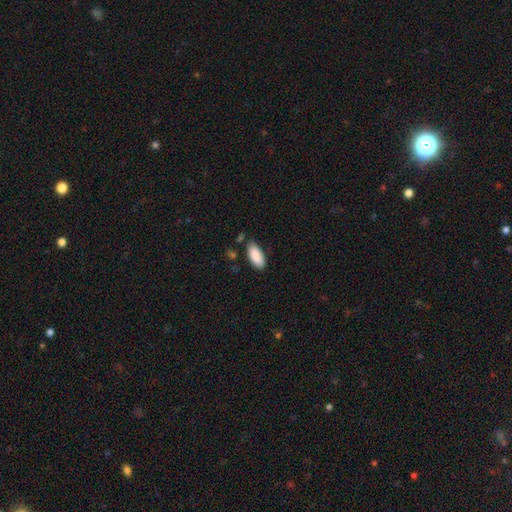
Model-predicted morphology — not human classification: type=smooth (90%); roundness=in between (87%); merging=none (77%).